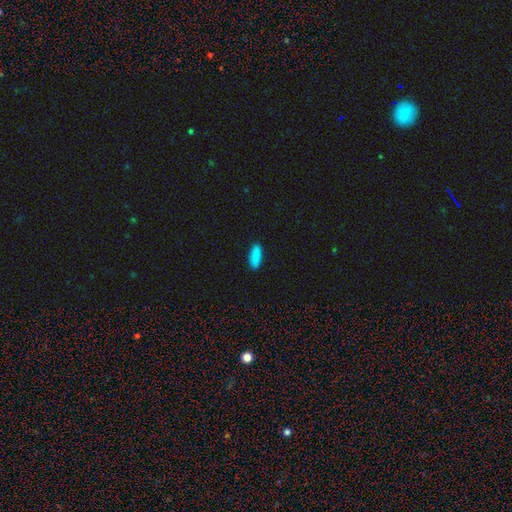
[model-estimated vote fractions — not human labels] smooth_or_featured: smooth (p=0.89) [alt: star or artifact p=0.07]
how_rounded: in between (p=0.69) [alt: cigar-shaped p=0.29]
merging: none (p=0.89) [alt: minor disturbance p=0.08]